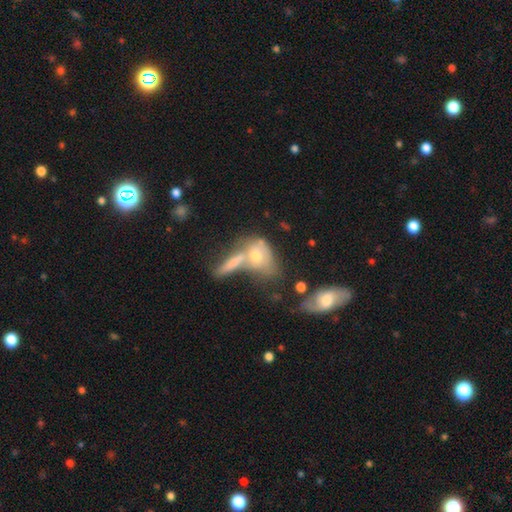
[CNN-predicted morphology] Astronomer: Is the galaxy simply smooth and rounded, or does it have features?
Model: smooth — 53% (runner-up: featured or disk, 37%).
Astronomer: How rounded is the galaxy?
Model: in between — 70%.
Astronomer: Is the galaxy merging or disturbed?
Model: merger — 50% (runner-up: none, 27%).